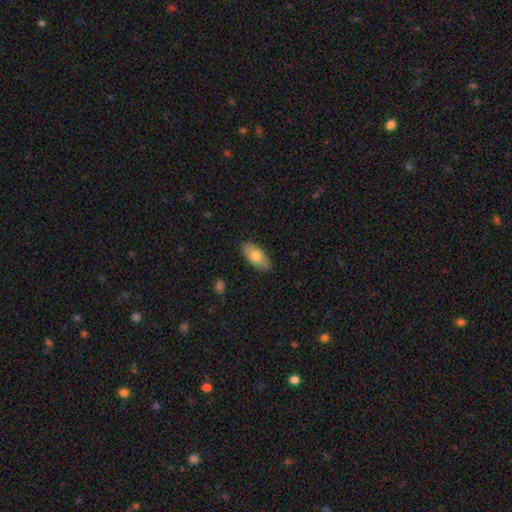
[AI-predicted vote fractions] This is likely a smooth galaxy (75%). How rounded: clearly in between (90%). Merging: clearly none (87%).